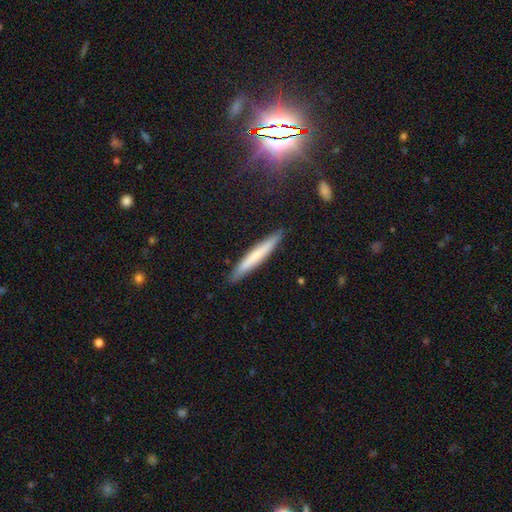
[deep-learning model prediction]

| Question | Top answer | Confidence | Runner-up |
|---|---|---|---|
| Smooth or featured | smooth | 60% | featured or disk (34%) |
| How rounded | cigar-shaped | 95% | in between (4%) |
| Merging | none | 90% | minor disturbance (8%) |